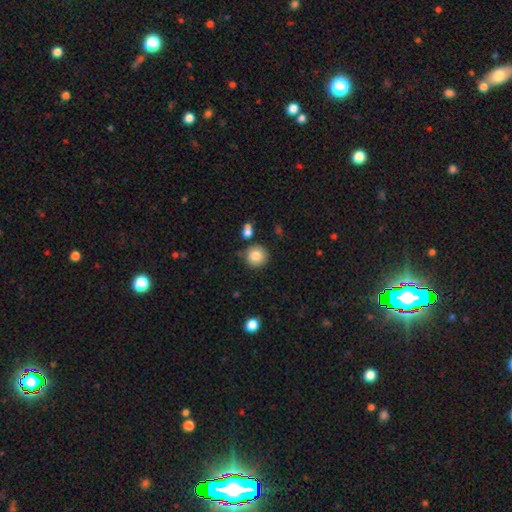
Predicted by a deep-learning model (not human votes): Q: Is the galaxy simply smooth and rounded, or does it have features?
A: smooth — 84%.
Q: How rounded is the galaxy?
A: round — 93%.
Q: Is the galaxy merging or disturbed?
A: none — 82%.